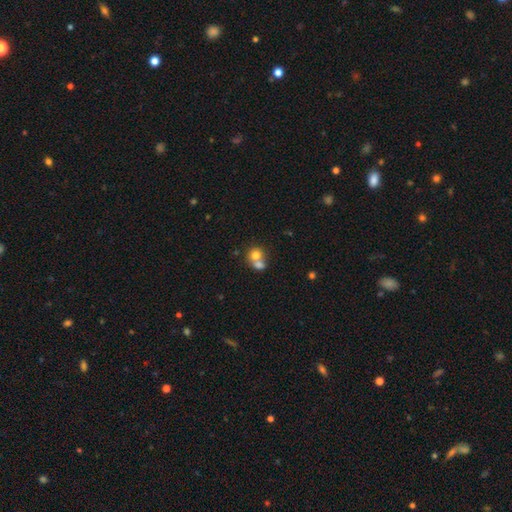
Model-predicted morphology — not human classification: smooth 74%, featured or disk 16%, star or artifact 10%. Down the decision tree: how rounded — round (77%); merging — merger (61%).